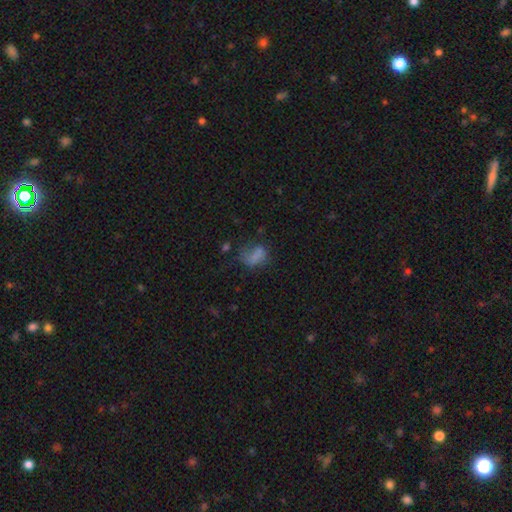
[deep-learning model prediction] Overall: smooth (66%). How rounded: in between (74%). Merging: major disturbance (36%; none 33%).